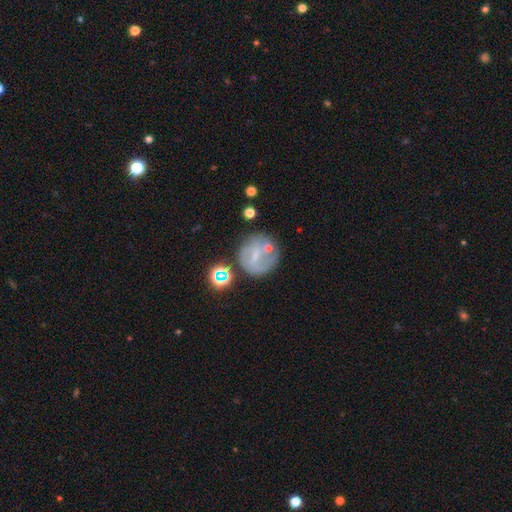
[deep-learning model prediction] A featured or disk galaxy (51%).

Vote fractions:
- Smooth or featured? featured or disk: 51% / smooth: 34% / star or artifact: 14%
- Edge-on disk? no: 96% / yes: 4%
- Merging? none: 62% / minor disturbance: 18% / major disturbance: 11% / merger: 10%